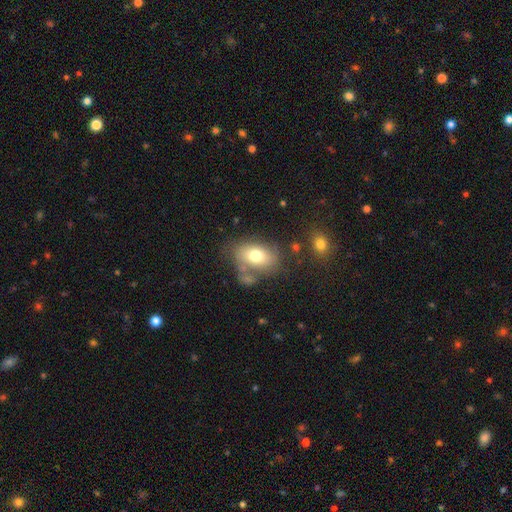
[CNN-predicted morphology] This appears to be a smooth galaxy with no disk features (71%) that is in between round and cigar-shaped (85%). Merging: none (54%).